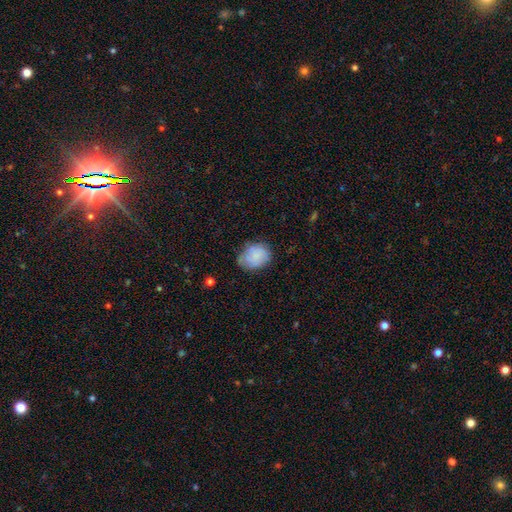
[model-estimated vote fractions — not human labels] Morphology: type=smooth (75%); roundness=in between (55%); merging=none (63%).